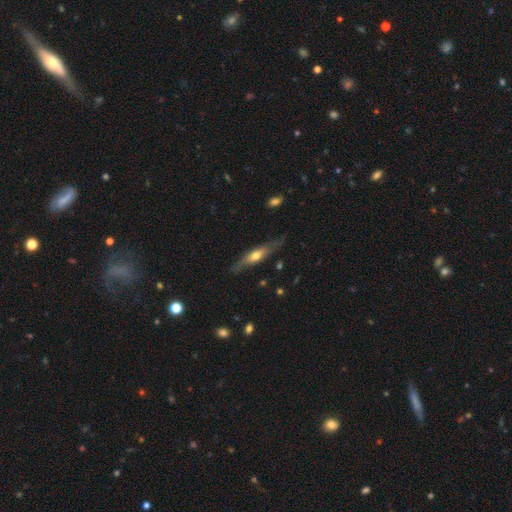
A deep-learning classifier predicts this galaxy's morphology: A featured or disk galaxy (55%) viewed edge-on (82%).

Vote fractions:
- Smooth or featured? featured or disk: 55% / smooth: 39% / star or artifact: 6%
- Edge-on disk? yes: 82% / no: 18%
- Merging? none: 73% / minor disturbance: 20% / major disturbance: 5% / merger: 2%